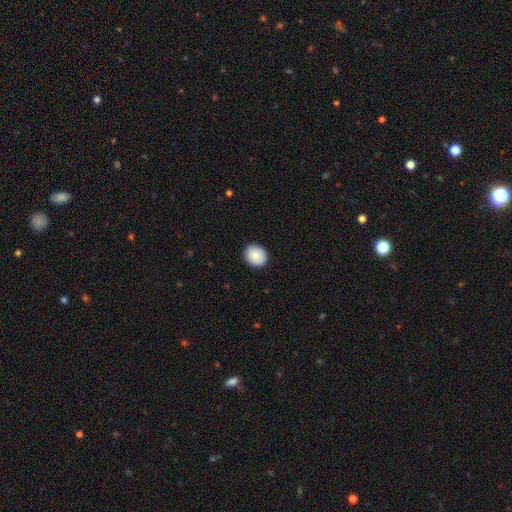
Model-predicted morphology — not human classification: Smooth or featured? smooth (86%)
How rounded? round (70%)
Merging? none (90%)